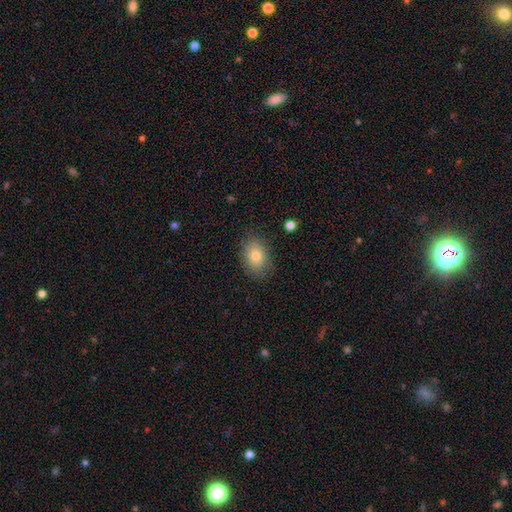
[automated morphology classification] The model was most divided on "how rounded": in between: 79%, round: 20%, cigar-shaped: 1%. More confident: merging — none (84%); smooth or featured — smooth (80%).